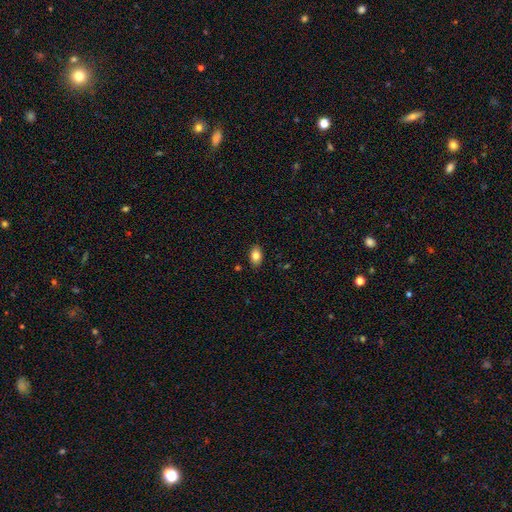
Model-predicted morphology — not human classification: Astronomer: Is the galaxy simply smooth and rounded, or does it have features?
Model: smooth — 84%.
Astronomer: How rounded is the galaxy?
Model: in between — 90%.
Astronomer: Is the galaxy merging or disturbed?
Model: none — 88%.